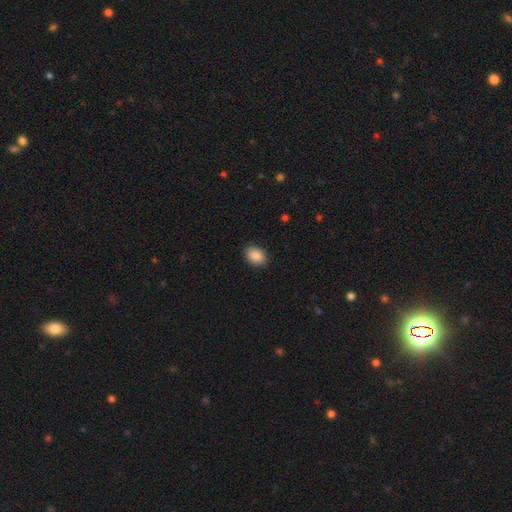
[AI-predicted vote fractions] Smooth or featured? Predicted: smooth (p=0.89). How rounded? Predicted: in between (p=0.74). Merging? Predicted: none (p=0.86).